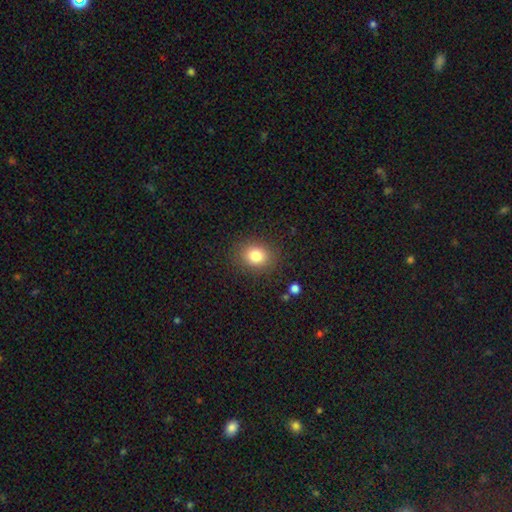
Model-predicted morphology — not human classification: Smooth or featured: smooth — 82% (star or artifact — 11%)
How rounded: round — 61% (in between — 38%)
Merging: none — 86% (minor disturbance — 9%)